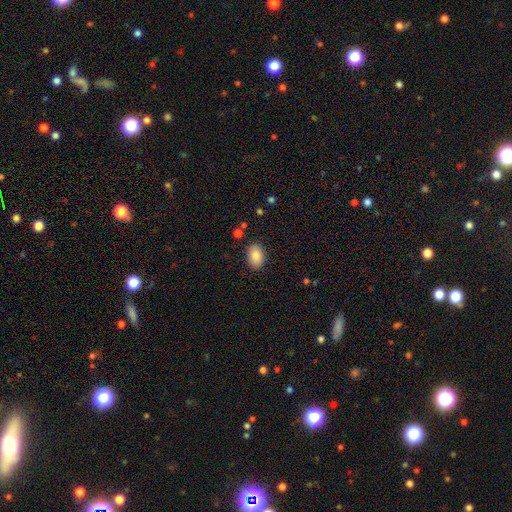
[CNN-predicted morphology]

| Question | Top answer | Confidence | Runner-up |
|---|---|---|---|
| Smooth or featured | smooth | 85% | featured or disk (7%) |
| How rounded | in between | 88% | round (10%) |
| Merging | none | 87% | minor disturbance (9%) |